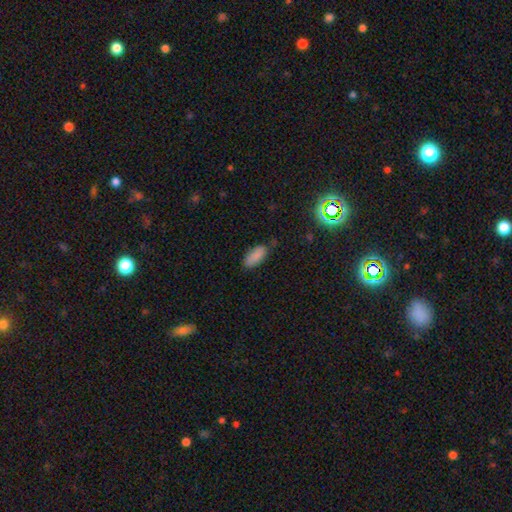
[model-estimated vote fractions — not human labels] The model was most divided on "merging": none: 76%, minor disturbance: 18%, major disturbance: 3%, merger: 2%. More confident: smooth or featured — smooth (86%); how rounded — in between (86%).